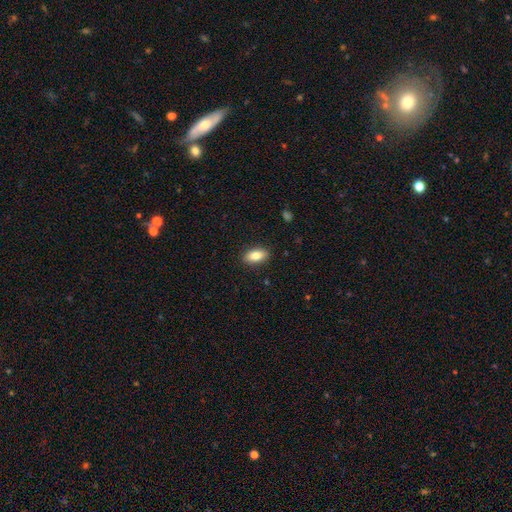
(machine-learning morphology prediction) Smooth or featured?
  - smooth: 82% *
  - featured or disk: 11%
  - star or artifact: 7%
How rounded?
  - in between: 89% *
  - cigar-shaped: 7%
  - round: 4%
Merging?
  - none: 89% *
  - minor disturbance: 8%
  - major disturbance: 2%
  - merger: 1%